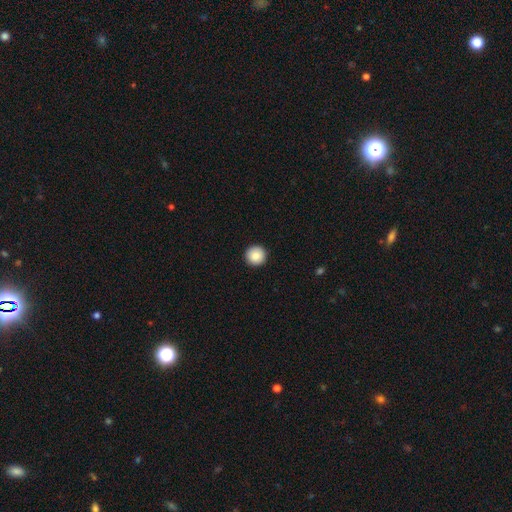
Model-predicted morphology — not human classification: Smooth or featured? Predicted: smooth (p=0.88). How rounded? Predicted: round (p=0.96). Merging? Predicted: none (p=0.93).